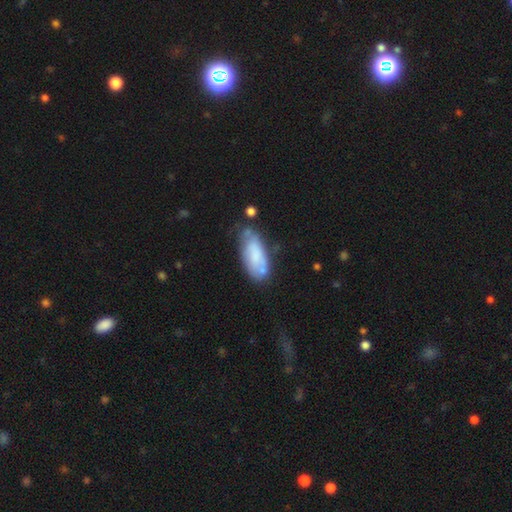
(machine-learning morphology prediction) smooth-or-featured: smooth: 69% | featured or disk: 24% | star or artifact: 7%
  how-rounded: in between: 80% | cigar-shaped: 18% | round: 2%
  merging: none: 50% | minor disturbance: 28% | merger: 11% | major disturbance: 10%